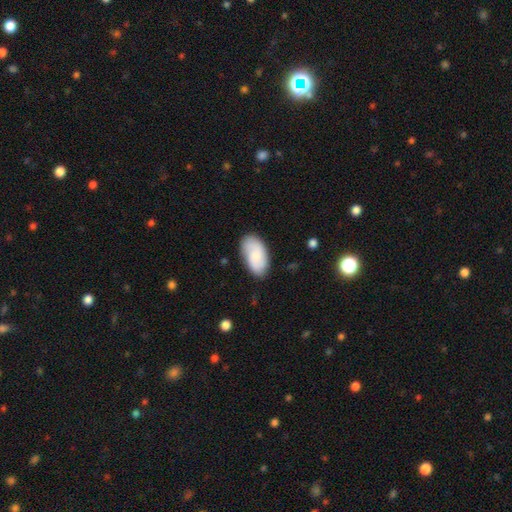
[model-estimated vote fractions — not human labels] Smooth or featured? smooth (72%)
How rounded? in between (95%)
Merging? none (78%)